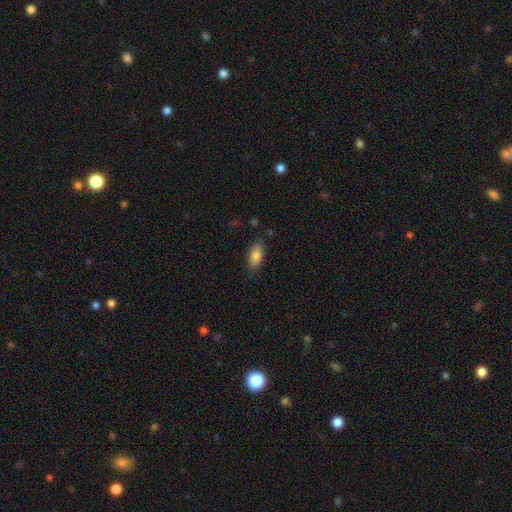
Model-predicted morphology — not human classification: Smooth or featured?
  - smooth: 81% *
  - featured or disk: 12%
  - star or artifact: 7%
How rounded?
  - in between: 89% *
  - cigar-shaped: 8%
  - round: 3%
Merging?
  - none: 80% *
  - minor disturbance: 16%
  - major disturbance: 3%
  - merger: 2%